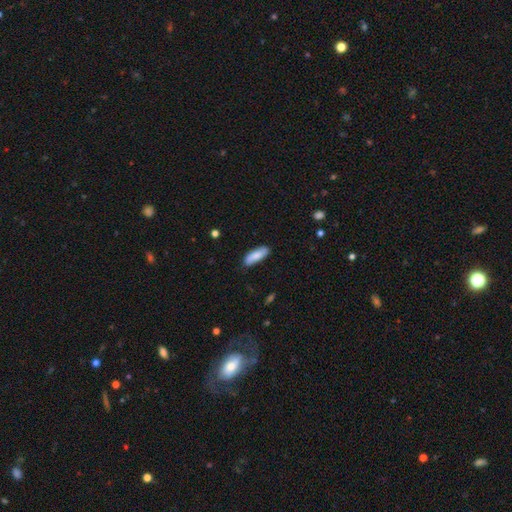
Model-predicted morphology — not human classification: Smooth or featured?
  - smooth: 78% *
  - featured or disk: 17%
  - star or artifact: 6%
How rounded?
  - in between: 57% *
  - cigar-shaped: 41%
  - round: 2%
Merging?
  - none: 82% *
  - minor disturbance: 14%
  - major disturbance: 2%
  - merger: 1%